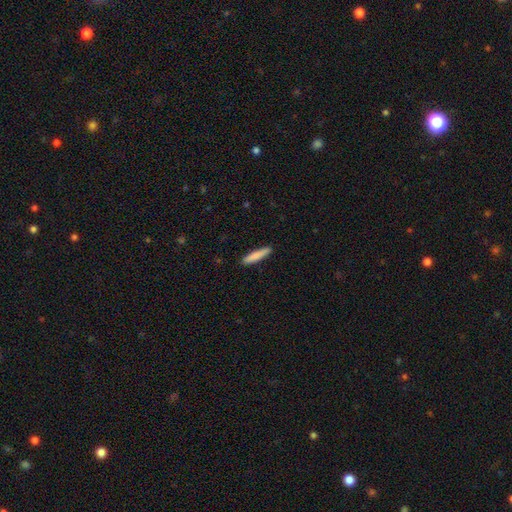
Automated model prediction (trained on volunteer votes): A smooth galaxy with no disk features (85%) that is cigar-shaped (89%).

Vote fractions:
- Smooth or featured? smooth: 85% / featured or disk: 10% / star or artifact: 6%
- How rounded? cigar-shaped: 89% / in between: 10% / round: 1%
- Merging? none: 90% / minor disturbance: 8% / major disturbance: 2% / merger: 1%